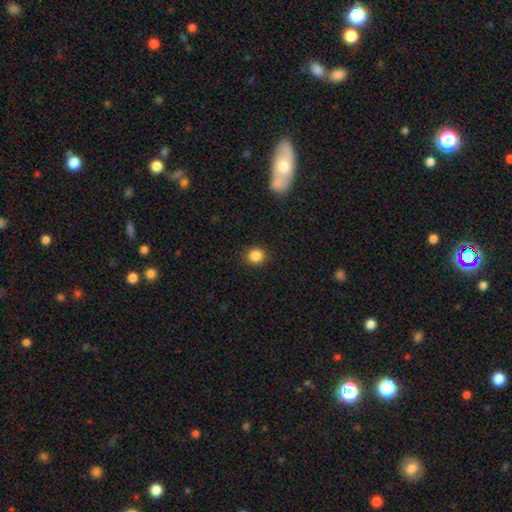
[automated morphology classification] smooth_or_featured: smooth (p=0.86) [alt: star or artifact p=0.10]
how_rounded: round (p=0.85) [alt: in between p=0.14]
merging: none (p=0.90) [alt: minor disturbance p=0.07]